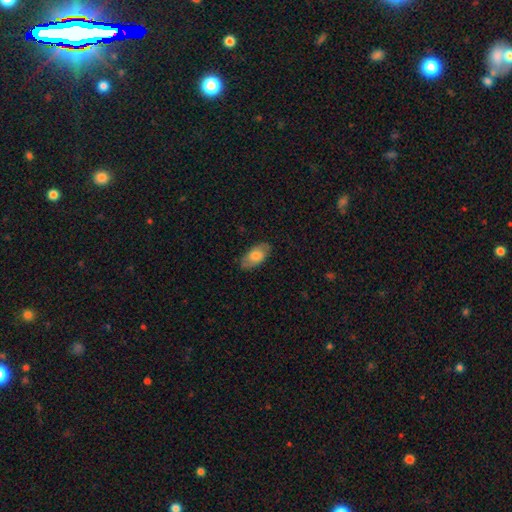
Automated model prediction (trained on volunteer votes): A smooth galaxy with no disk features (74%) that is in between round and cigar-shaped (93%). Merging: none (84%).